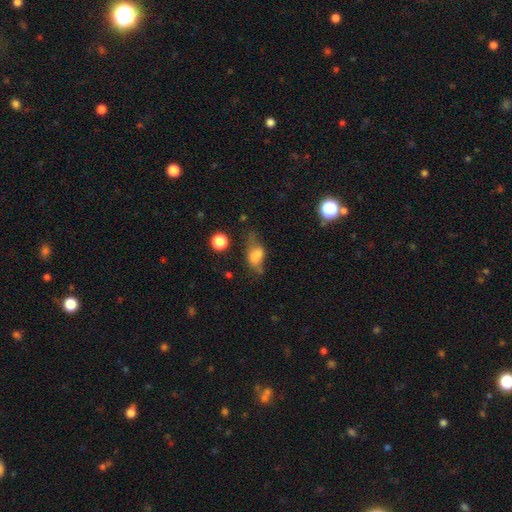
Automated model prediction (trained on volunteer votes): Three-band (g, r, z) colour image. It shows a smooth galaxy with no disk features (62%) that is in between round and cigar-shaped (78%). Merging: none (30%).